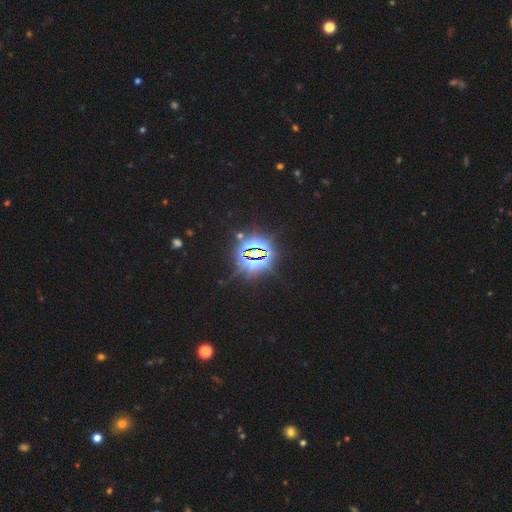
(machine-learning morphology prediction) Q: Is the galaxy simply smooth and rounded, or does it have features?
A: star or artifact — 84%.